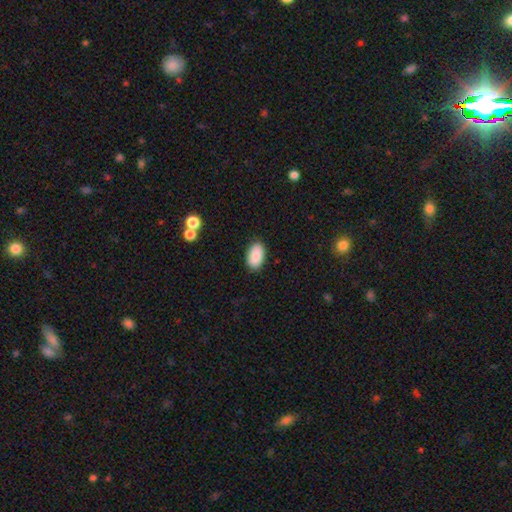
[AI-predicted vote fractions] Q: Smooth or featured?
A: smooth (89%); runner-up: star or artifact (7%)
Q: How rounded?
A: in between (94%); runner-up: round (5%)
Q: Merging?
A: none (88%); runner-up: minor disturbance (8%)